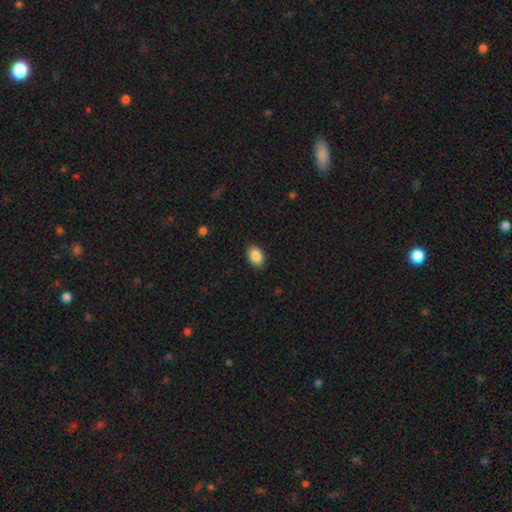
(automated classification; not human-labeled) A smooth galaxy with no disk features (89%) that is in between round and cigar-shaped (88%).

Vote fractions:
- Smooth or featured? smooth: 89% / star or artifact: 7% / featured or disk: 4%
- How rounded? in between: 88% / round: 11% / cigar-shaped: 1%
- Merging? none: 88% / minor disturbance: 9% / major disturbance: 2% / merger: 1%